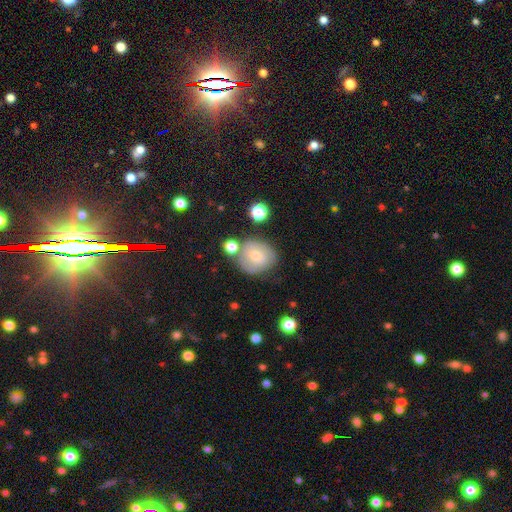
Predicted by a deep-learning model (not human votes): Morphology: type=smooth (53%); roundness=round (81%); merging=none (63%).